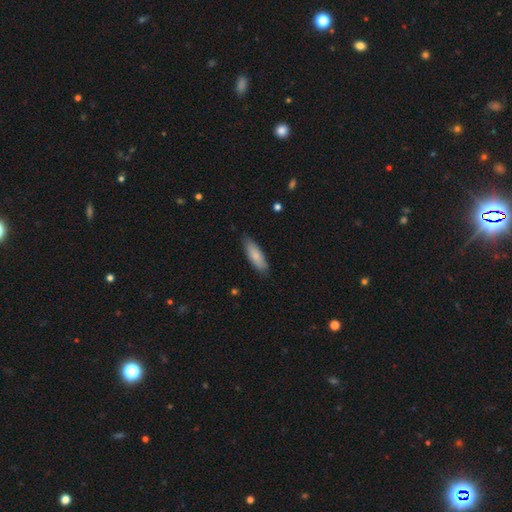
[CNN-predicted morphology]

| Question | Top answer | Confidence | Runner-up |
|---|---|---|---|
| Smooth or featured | smooth | 82% | featured or disk (13%) |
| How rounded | cigar-shaped | 49% | tied: in between (49%) |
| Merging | none | 83% | minor disturbance (14%) |